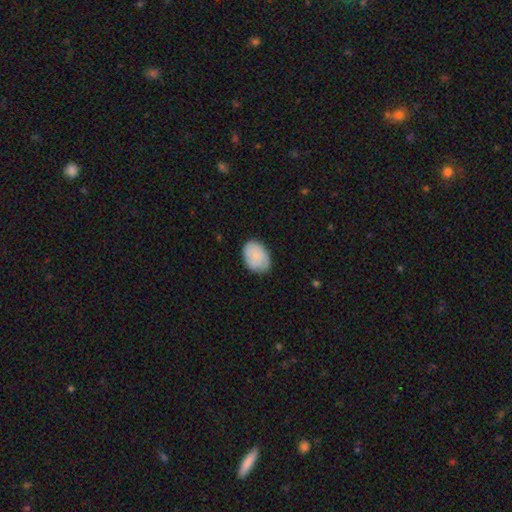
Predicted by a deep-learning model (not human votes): Smooth or featured: smooth — 81% (featured or disk — 13%)
How rounded: in between — 84% (round — 15%)
Merging: none — 76% (minor disturbance — 20%)